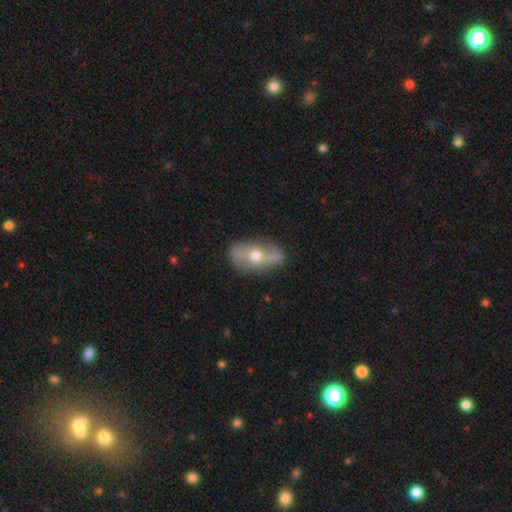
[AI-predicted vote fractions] Smooth or featured: featured or disk — 71% (smooth — 21%)
Edge-on disk: no — 82% (yes — 18%)
Bar: no — 39% (strong — 32%)
Spiral arms: yes — 68% (no — 32%)
Bulge size: moderate — 74% (small — 20%)
Merging: none — 80% (minor disturbance — 15%)